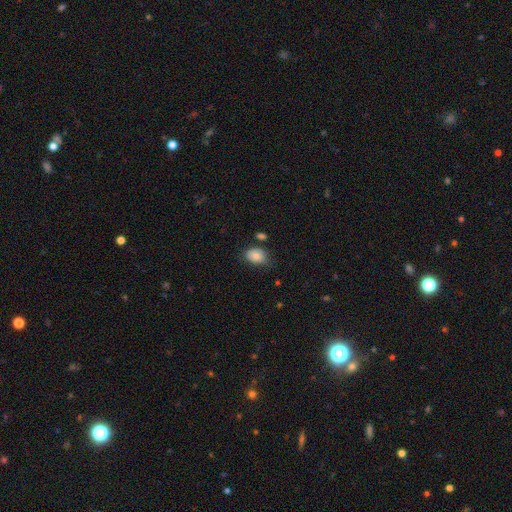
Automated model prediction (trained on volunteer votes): This is clearly a smooth galaxy (85%). How rounded: likely in between (74%). Merging: likely none (66%).